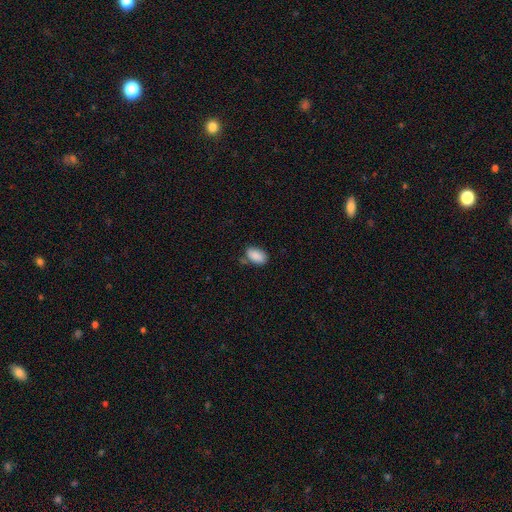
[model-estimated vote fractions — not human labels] This appears to be a smooth galaxy with no disk features (89%) that is in between round and cigar-shaped (92%). Merging: none (70%).